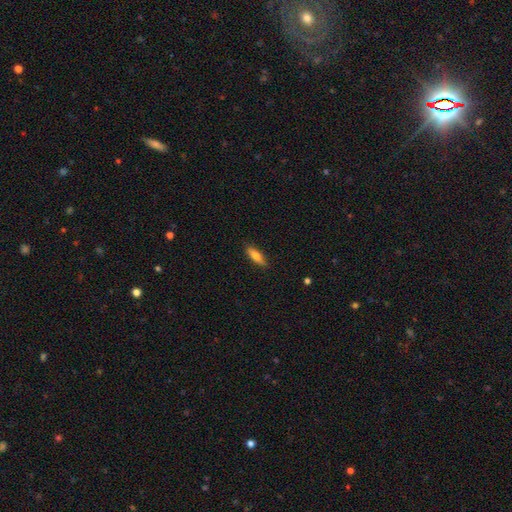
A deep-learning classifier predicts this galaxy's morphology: smooth-or-featured: smooth: 76% | featured or disk: 18% | star or artifact: 6%
  how-rounded: cigar-shaped: 56% | in between: 42% | round: 2%
  merging: none: 88% | minor disturbance: 9% | major disturbance: 2% | merger: 1%